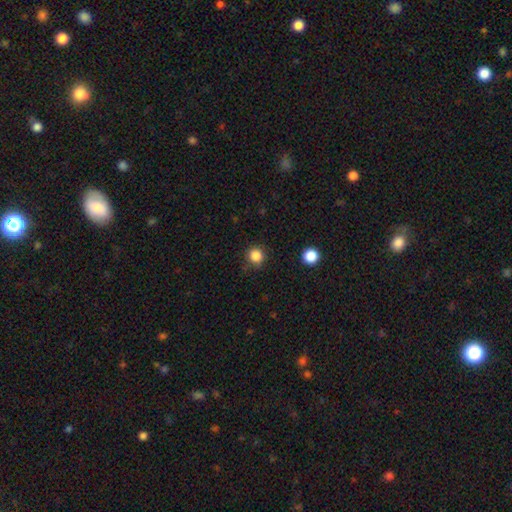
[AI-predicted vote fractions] This is clearly a smooth galaxy (84%). How rounded: clearly round (92%). Merging: clearly none (86%).